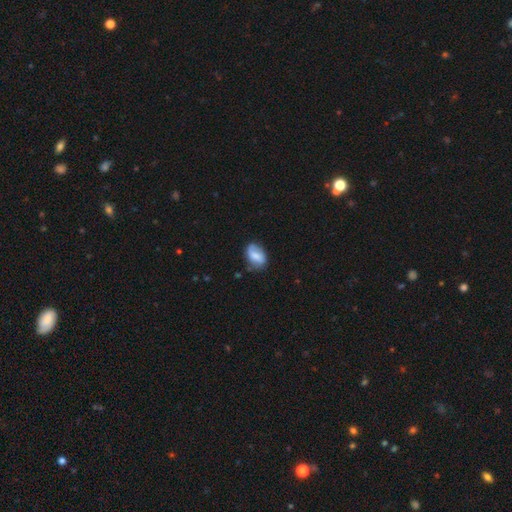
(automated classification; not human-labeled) smooth_or_featured: smooth (p=0.58) [alt: featured or disk p=0.34]
how_rounded: in between (p=0.82) [alt: round p=0.16]
merging: none (p=0.66) [alt: minor disturbance p=0.25]